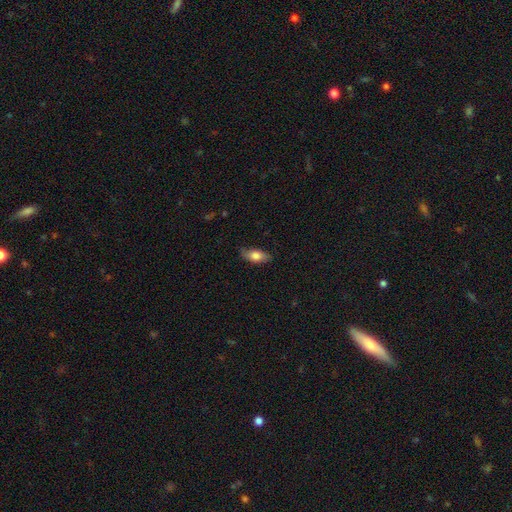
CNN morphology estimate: A smooth galaxy with no disk features (75%) that is in between round and cigar-shaped (83%).

Vote fractions:
- Smooth or featured? smooth: 75% / featured or disk: 18% / star or artifact: 7%
- How rounded? in between: 83% / cigar-shaped: 13% / round: 4%
- Merging? none: 77% / minor disturbance: 19% / major disturbance: 3% / merger: 1%